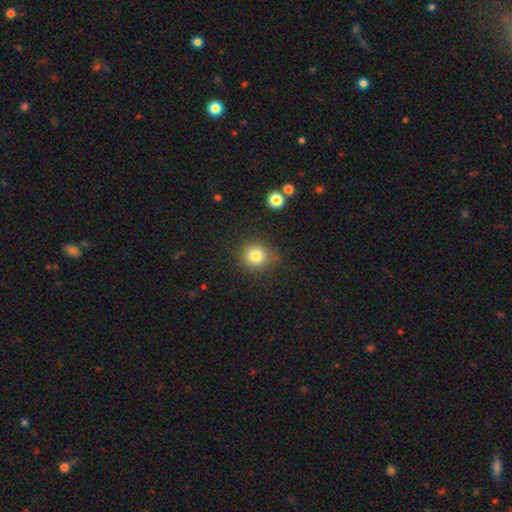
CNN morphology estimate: Smooth or featured? Predicted: smooth (p=0.81). How rounded? Predicted: round (p=0.84). Merging? Predicted: none (p=0.81).